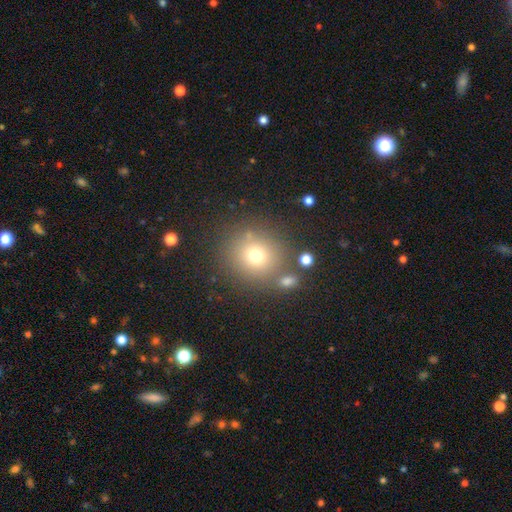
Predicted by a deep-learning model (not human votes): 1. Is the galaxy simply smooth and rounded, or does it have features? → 71% smooth, 17% star or artifact, 12% featured or disk.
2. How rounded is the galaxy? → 89% round, 10% in between, 1% cigar-shaped.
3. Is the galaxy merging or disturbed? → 78% none, 10% minor disturbance, 8% merger, 4% major disturbance.